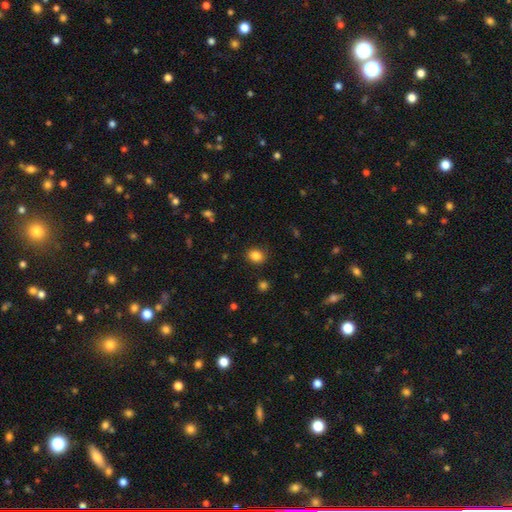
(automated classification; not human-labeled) A smooth galaxy with no disk features (84%) that is round (69%). Merging: none (86%).